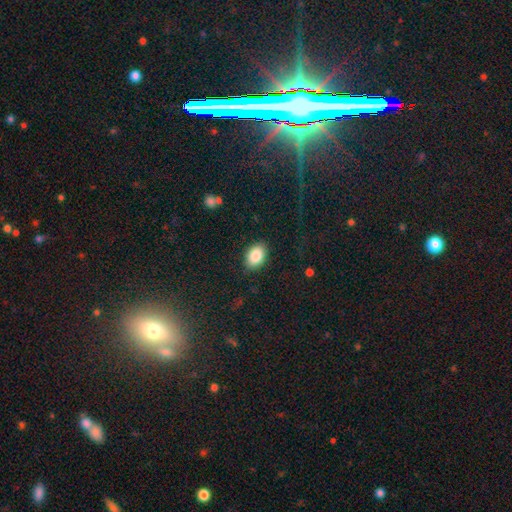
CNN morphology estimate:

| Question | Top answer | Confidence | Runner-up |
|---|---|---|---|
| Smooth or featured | smooth | 88% | star or artifact (7%) |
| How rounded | in between | 86% | round (13%) |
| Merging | none | 87% | minor disturbance (9%) |